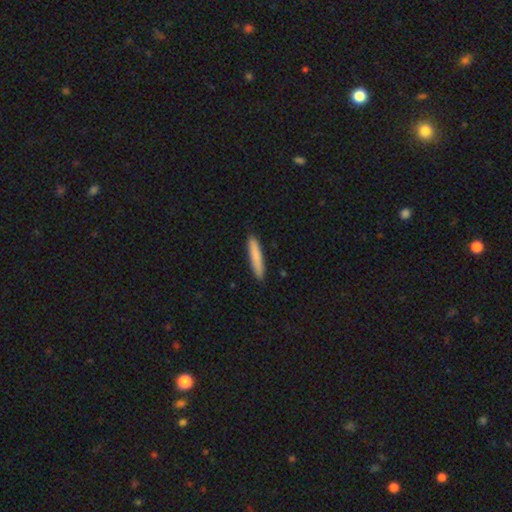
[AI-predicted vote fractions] Smooth or featured: smooth — 83% (featured or disk — 12%)
How rounded: cigar-shaped — 92% (in between — 7%)
Merging: none — 90% (minor disturbance — 7%)